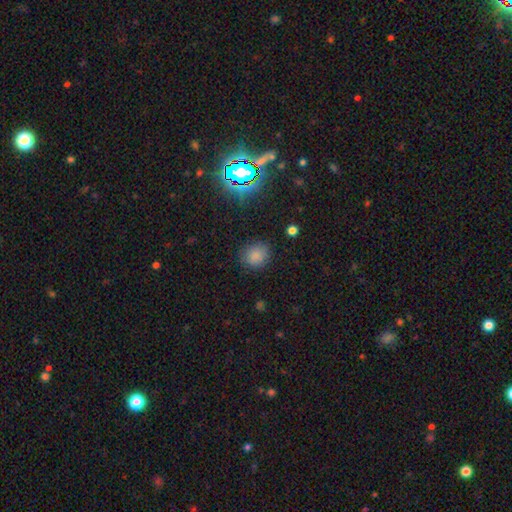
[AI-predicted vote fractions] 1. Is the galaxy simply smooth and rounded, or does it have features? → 79% smooth, 16% star or artifact, 5% featured or disk.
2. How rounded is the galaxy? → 82% round, 17% in between, 1% cigar-shaped.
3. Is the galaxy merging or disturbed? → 83% none, 12% minor disturbance, 4% major disturbance, 1% merger.